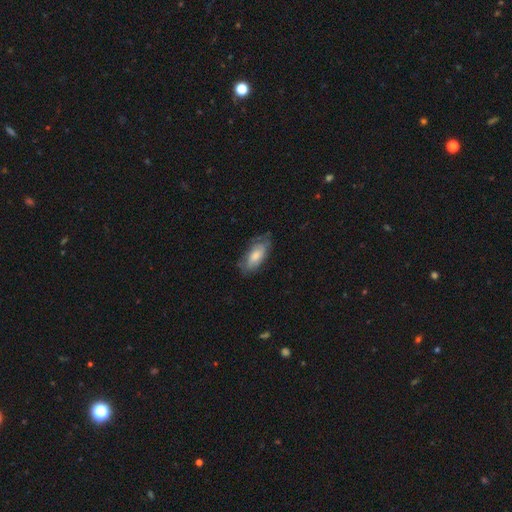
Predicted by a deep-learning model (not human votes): This appears to be a smooth galaxy with no disk features (65%) that is in between round and cigar-shaped (84%). Merging: none (63%).